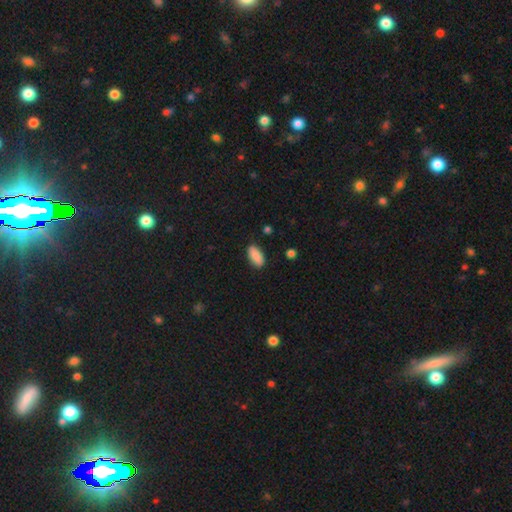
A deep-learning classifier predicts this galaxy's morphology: smooth 88%, star or artifact 7%, featured or disk 6%. Down the decision tree: how rounded — in between (88%); merging — none (86%).